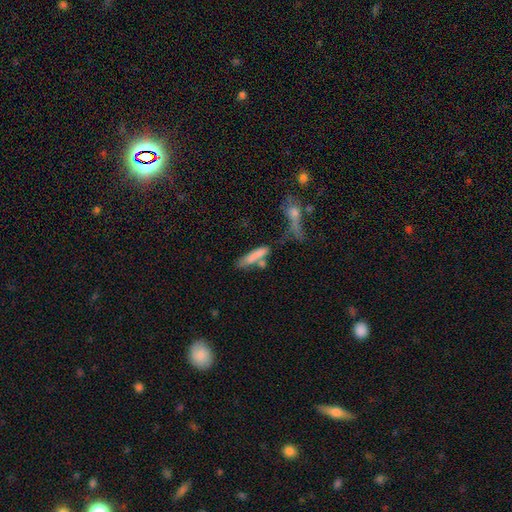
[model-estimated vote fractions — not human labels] The model was most divided on "merging": none: 41%, merger: 33%, minor disturbance: 16%, major disturbance: 10%. More confident: smooth or featured — smooth (76%); how rounded — cigar-shaped (75%).